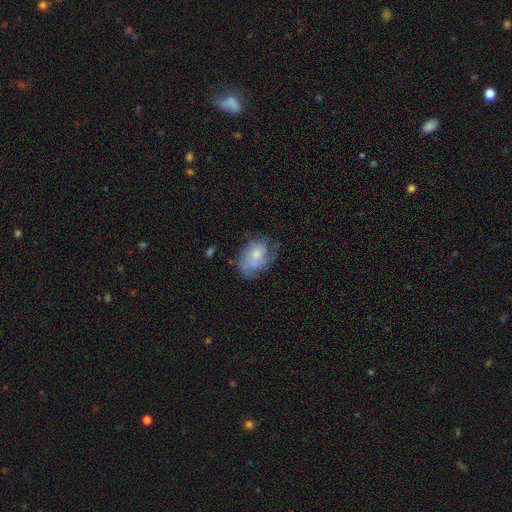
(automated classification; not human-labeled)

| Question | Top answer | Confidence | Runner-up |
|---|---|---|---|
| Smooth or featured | featured or disk | 48% | smooth (44%) |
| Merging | none | 51% | minor disturbance (29%) |